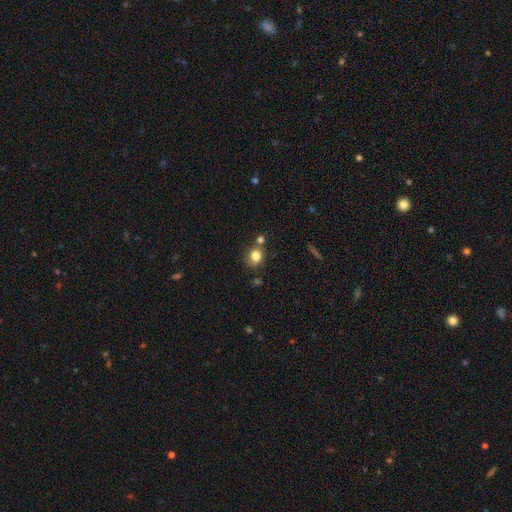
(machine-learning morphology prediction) smooth-or-featured: smooth: 81% | star or artifact: 12% | featured or disk: 8%
  how-rounded: round: 64% | in between: 34% | cigar-shaped: 1%
  merging: none: 65% | merger: 16% | minor disturbance: 14% | major disturbance: 5%